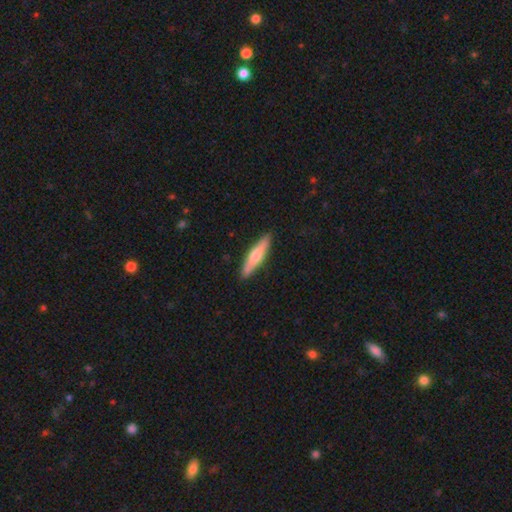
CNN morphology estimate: smooth_or_featured: smooth (p=0.56) [alt: featured or disk p=0.39]
how_rounded: cigar-shaped (p=0.81) [alt: in between p=0.17]
merging: none (p=0.89) [alt: minor disturbance p=0.08]